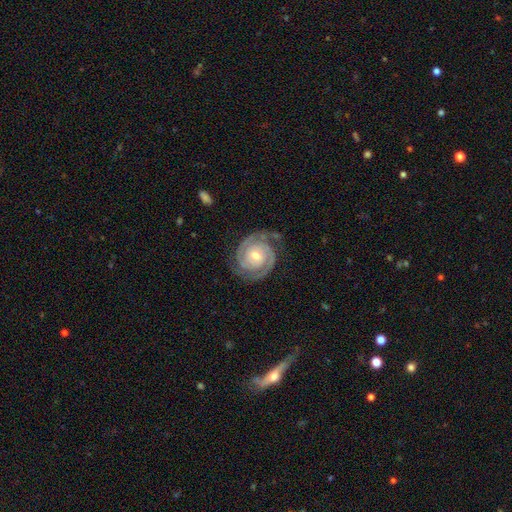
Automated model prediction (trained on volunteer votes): Q: Smooth or featured?
A: featured or disk (92%); runner-up: star or artifact (4%)
Q: Edge-on disk?
A: no (98%); runner-up: yes (2%)
Q: Bar?
A: no (66%); runner-up: weak (25%)
Q: Spiral arms?
A: yes (98%); runner-up: no (2%)
Q: Spiral winding?
A: tight (76%); runner-up: medium (21%)
Q: Spiral arm count?
A: 2 (89%); runner-up: 3 (4%)
Q: Bulge size?
A: moderate (51%); runner-up: small (45%)
Q: Merging?
A: none (82%); runner-up: minor disturbance (13%)